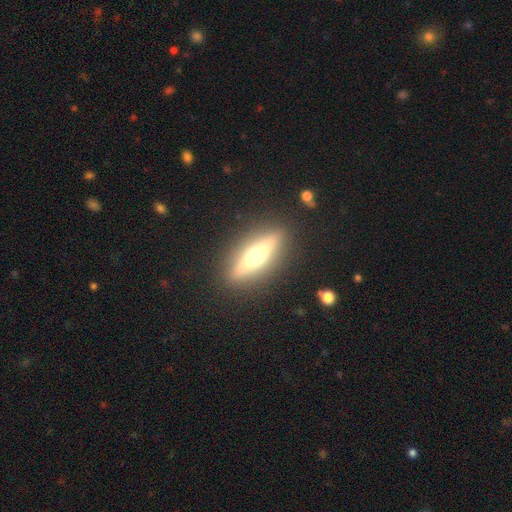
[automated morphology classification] Smooth or featured: featured or disk — 65% (smooth — 27%)
Edge-on disk: yes — 92% (no — 8%)
Edge-on bulge: rounded — 93% (boxy — 4%)
Merging: none — 89% (minor disturbance — 7%)